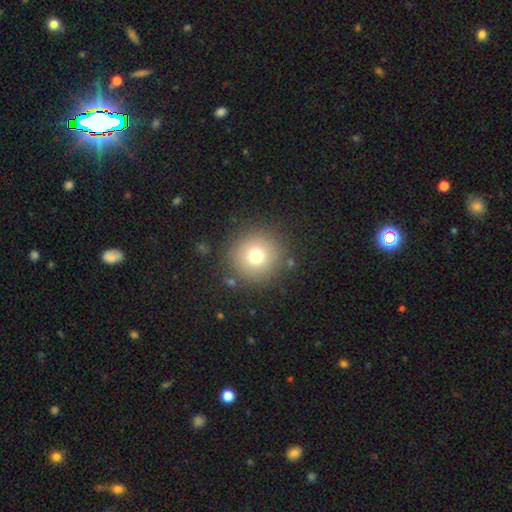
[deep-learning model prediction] smooth-or-featured: smooth: 73% | star or artifact: 15% | featured or disk: 12%
  how-rounded: round: 95% | in between: 4% | cigar-shaped: 1%
  merging: none: 87% | minor disturbance: 7% | major disturbance: 4% | merger: 2%